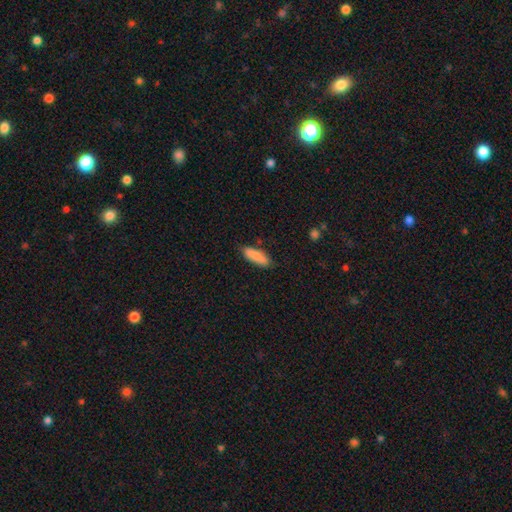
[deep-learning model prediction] A smooth galaxy with no disk features (87%) that is in between round and cigar-shaped (56%).

Vote fractions:
- Smooth or featured? smooth: 87% / featured or disk: 7% / star or artifact: 6%
- How rounded? in between: 56% / cigar-shaped: 43% / round: 2%
- Merging? none: 83% / minor disturbance: 13% / major disturbance: 2% / merger: 2%